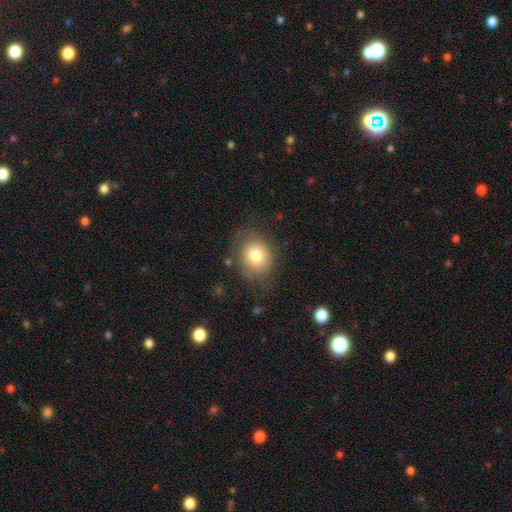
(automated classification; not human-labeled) Overall: smooth (78%). How rounded: round (61%; in between 39%). Merging: none (72%).